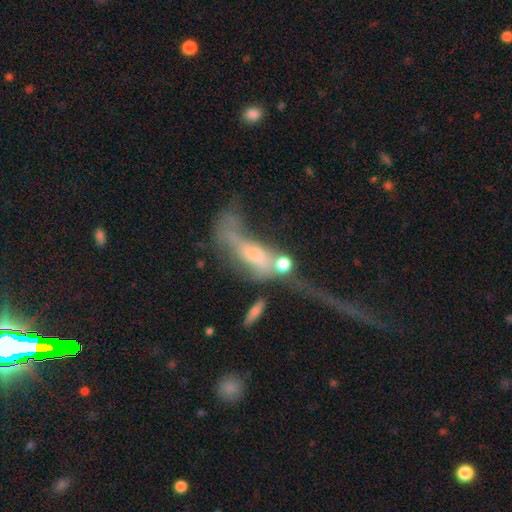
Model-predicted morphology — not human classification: The model was most divided on "merging": merger: 41%, major disturbance: 39%, none: 12%, minor disturbance: 9%. More confident: edge-on disk — no (75%); smooth or featured — featured or disk (52%).